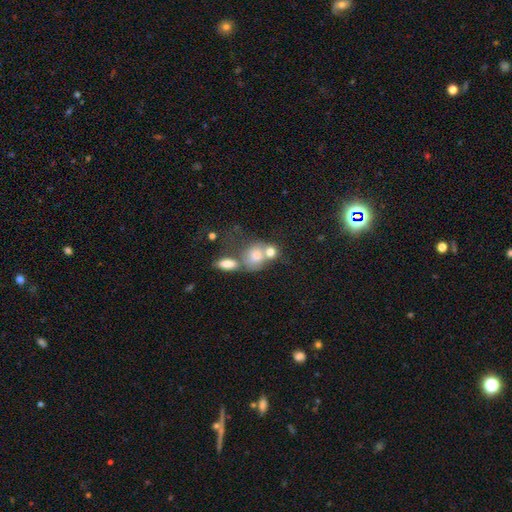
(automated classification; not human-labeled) Smooth or featured: smooth — 54% (star or artifact — 23%)
How rounded: round — 58% (in between — 39%)
Merging: merger — 54% (none — 28%)